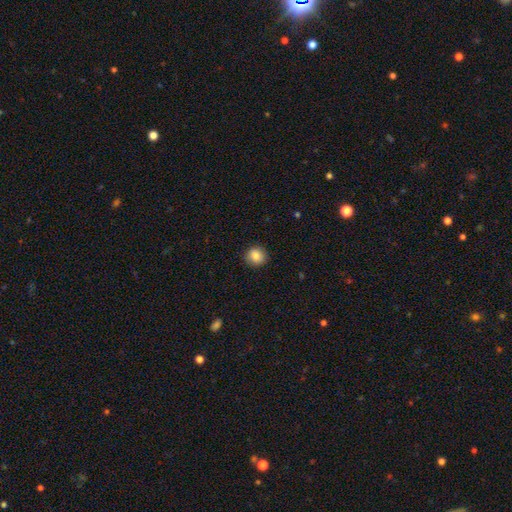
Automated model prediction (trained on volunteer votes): Q: Smooth or featured?
A: smooth (85%); runner-up: star or artifact (9%)
Q: How rounded?
A: round (89%); runner-up: in between (10%)
Q: Merging?
A: none (91%); runner-up: minor disturbance (7%)